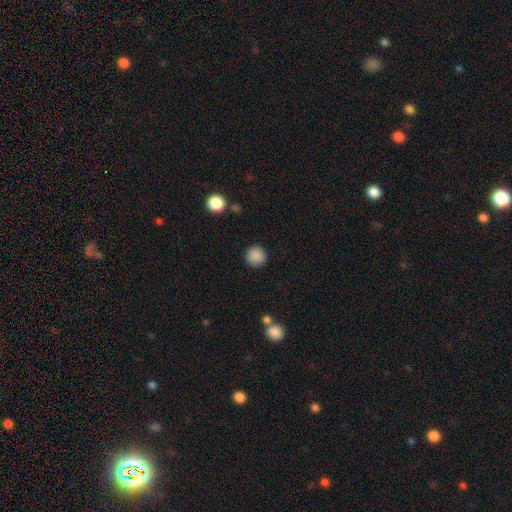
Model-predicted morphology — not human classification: The model was most divided on "smooth or featured": smooth: 88%, star or artifact: 9%, featured or disk: 3%. More confident: how rounded — round (94%); merging — none (91%).